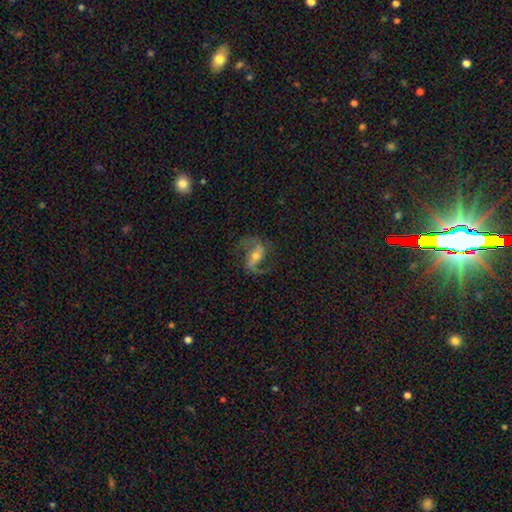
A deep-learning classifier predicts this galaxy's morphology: Smooth or featured?
  - featured or disk: 85% *
  - smooth: 8%
  - star or artifact: 7%
Edge-on disk?
  - no: 96% *
  - yes: 4%
Bar?
  - strong: 46% *
  - weak: 35%
  - no: 19%
Spiral arms?
  - yes: 96% *
  - no: 4%
Spiral winding?
  - loose: 49% *
  - medium: 41%
  - tight: 9%
Spiral arm count?
  - 2: 92% *
  - 1: 3%
  - can't tell: 2%
  - 3: 1%
  - 4: 1%
  - more than 4: 1%
Bulge size?
  - moderate: 53% *
  - small: 41%
  - large: 4%
  - none: 2%
  - dominant: 1%
Merging?
  - none: 75% *
  - minor disturbance: 13%
  - major disturbance: 10%
  - merger: 2%